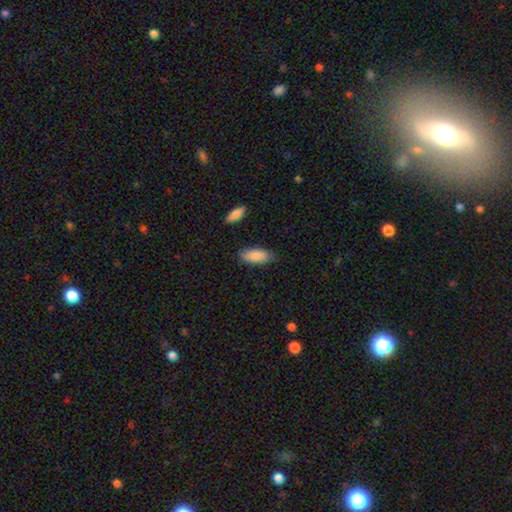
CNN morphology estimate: This is clearly a smooth galaxy (87%). How rounded: clearly in between (83%). Merging: clearly none (81%).